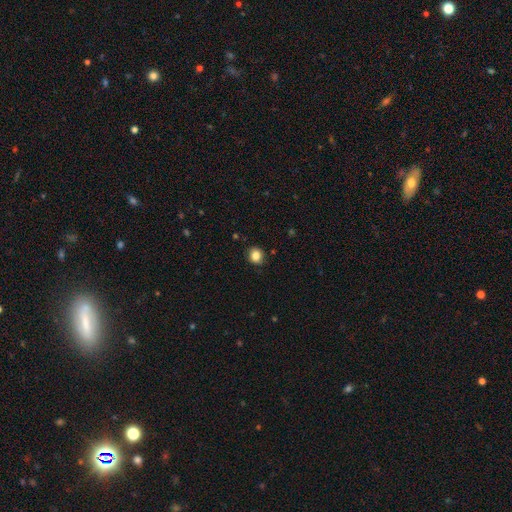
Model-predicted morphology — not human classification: Smooth or featured? smooth (84%)
How rounded? round (80%)
Merging? none (89%)